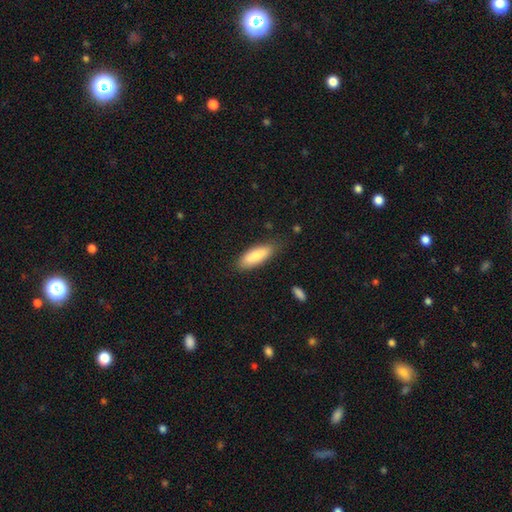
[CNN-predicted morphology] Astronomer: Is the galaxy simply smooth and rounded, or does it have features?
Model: smooth — 81%.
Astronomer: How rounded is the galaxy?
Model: in between — 65%.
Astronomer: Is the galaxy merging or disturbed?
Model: none — 79%.